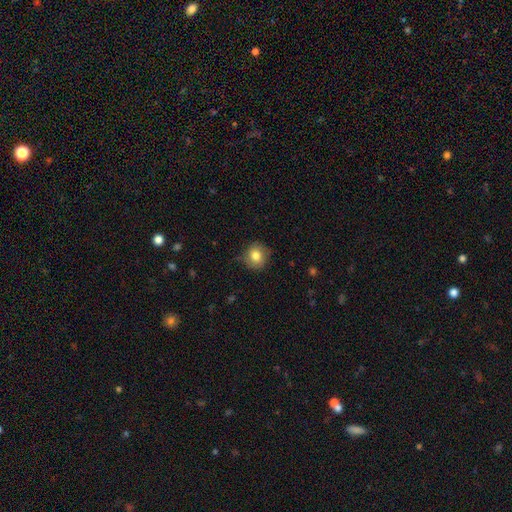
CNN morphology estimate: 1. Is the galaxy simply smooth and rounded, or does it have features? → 80% smooth, 11% featured or disk, 9% star or artifact.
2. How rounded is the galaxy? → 84% round, 16% in between, 1% cigar-shaped.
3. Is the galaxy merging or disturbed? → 76% none, 18% minor disturbance, 4% major disturbance, 1% merger.